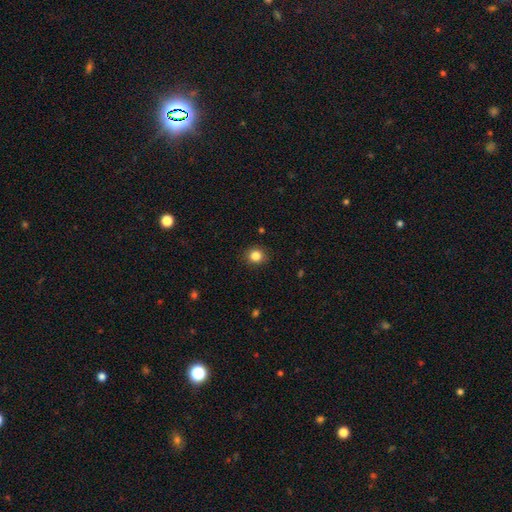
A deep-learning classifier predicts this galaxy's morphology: This is clearly a smooth galaxy (84%). How rounded: clearly round (83%). Merging: clearly none (89%).